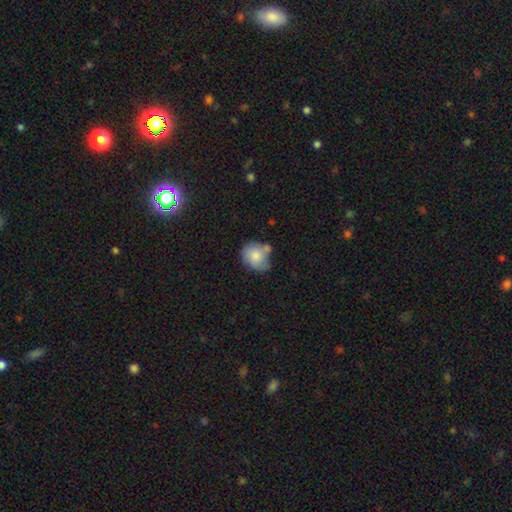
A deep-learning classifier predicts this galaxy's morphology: This is likely a smooth galaxy (75%). How rounded: possibly round (56%). Merging: marginally none (40%).